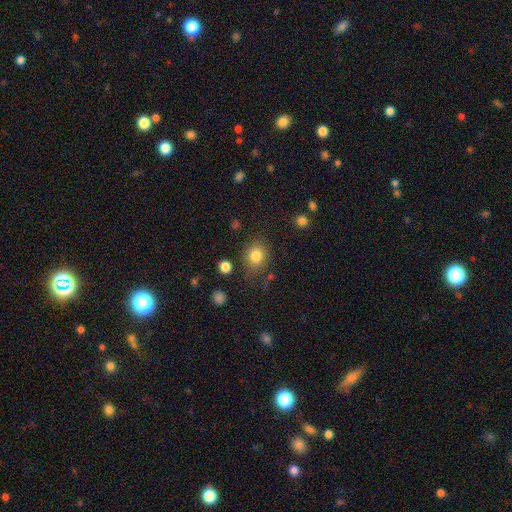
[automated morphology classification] type=smooth (82%); roundness=round (66%); merging=none (75%).